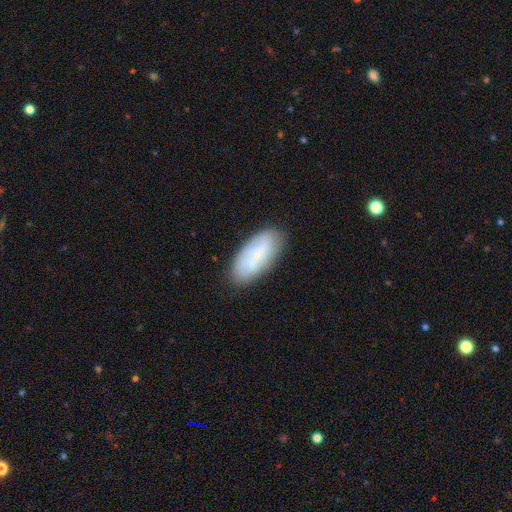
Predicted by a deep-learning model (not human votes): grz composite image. It shows a smooth galaxy with no disk features (64%) that is in between round and cigar-shaped (88%). Merging: none (78%).